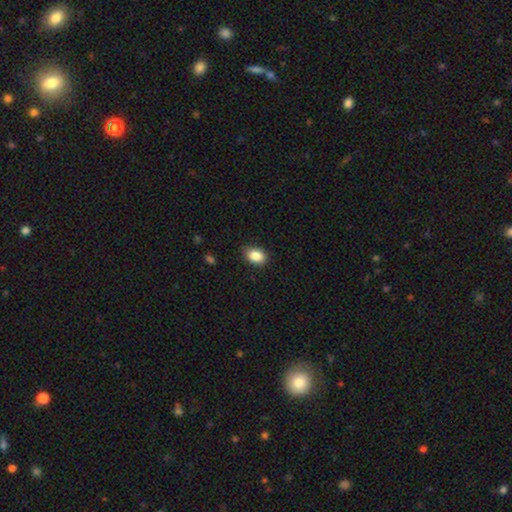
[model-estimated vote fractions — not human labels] A smooth galaxy with no disk features (87%) that is in between round and cigar-shaped (77%). Merging: none (82%).